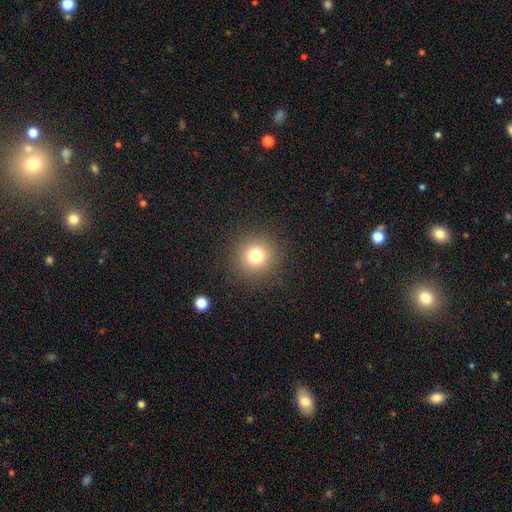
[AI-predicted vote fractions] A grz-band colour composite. It shows a smooth galaxy with no disk features (77%) that is round (94%). Merging: none (90%).